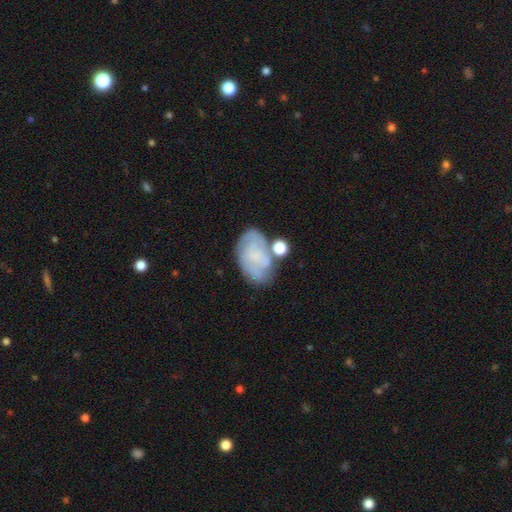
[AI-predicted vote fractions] This appears to be a featured or disk galaxy (55%) with no bar (71%), spiral arms (70%) and no central bulge (51%). Merging: none (55%).